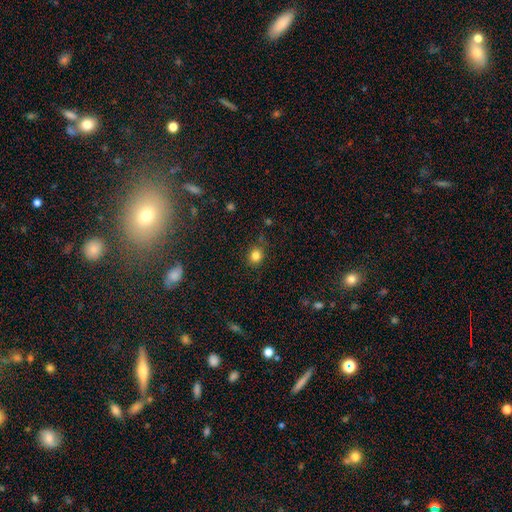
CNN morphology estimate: smooth 82%, star or artifact 13%, featured or disk 5%. Down the decision tree: how rounded — round (79%); merging — none (83%).